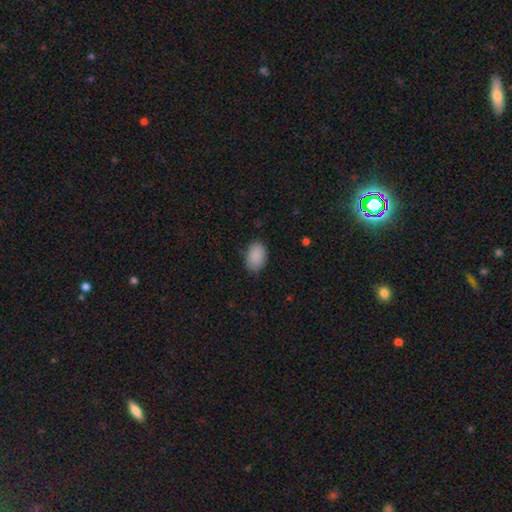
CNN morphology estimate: This appears to be a smooth galaxy with no disk features (89%) that is in between round and cigar-shaped (85%). Merging: none (81%).